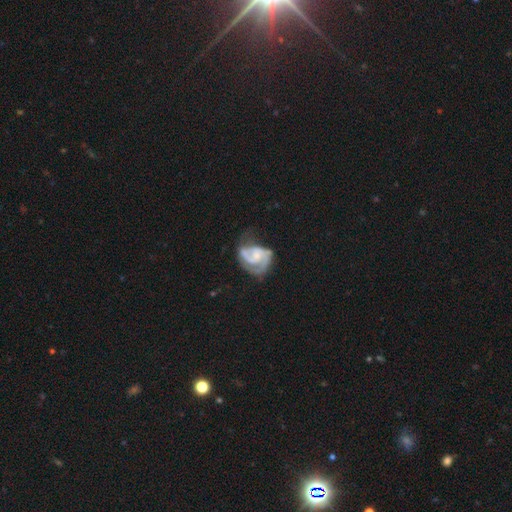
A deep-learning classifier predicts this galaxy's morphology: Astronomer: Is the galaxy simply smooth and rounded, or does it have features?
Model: featured or disk — 82%.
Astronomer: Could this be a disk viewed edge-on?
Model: no — 98%.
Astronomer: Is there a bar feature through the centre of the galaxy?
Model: no — 58% (runner-up: weak, 35%).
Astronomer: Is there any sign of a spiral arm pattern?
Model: yes — 94%.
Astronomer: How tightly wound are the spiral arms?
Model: medium — 47% (runner-up: tight, 36%).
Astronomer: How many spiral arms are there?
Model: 2 — 69%.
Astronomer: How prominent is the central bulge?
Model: small — 54% (runner-up: moderate, 30%).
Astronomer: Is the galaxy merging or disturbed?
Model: none — 41% (runner-up: minor disturbance, 28%).